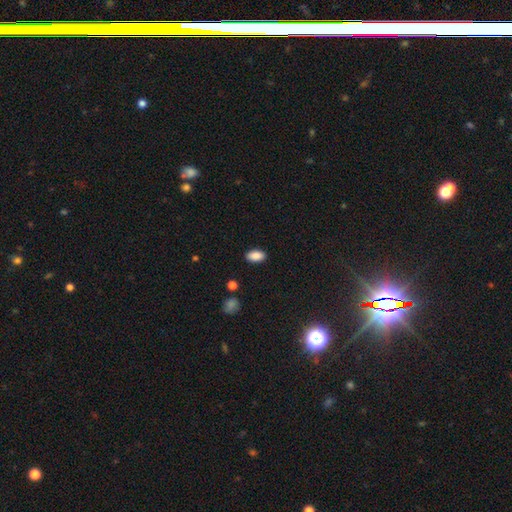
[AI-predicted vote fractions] This is clearly a smooth galaxy (88%). How rounded: clearly in between (92%). Merging: clearly none (88%).